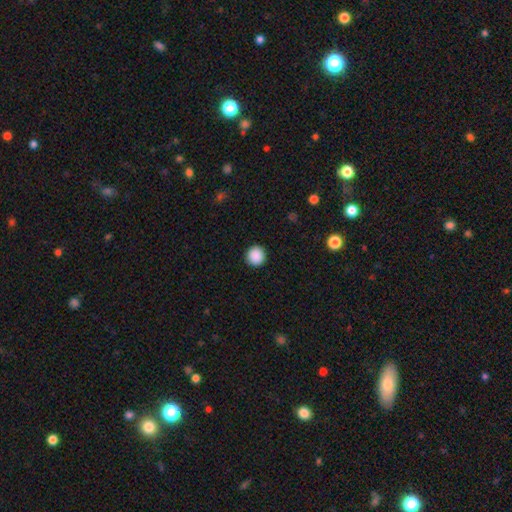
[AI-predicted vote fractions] Q: Smooth or featured?
A: smooth (89%); runner-up: star or artifact (8%)
Q: How rounded?
A: round (96%); runner-up: in between (3%)
Q: Merging?
A: none (93%); runner-up: minor disturbance (4%)